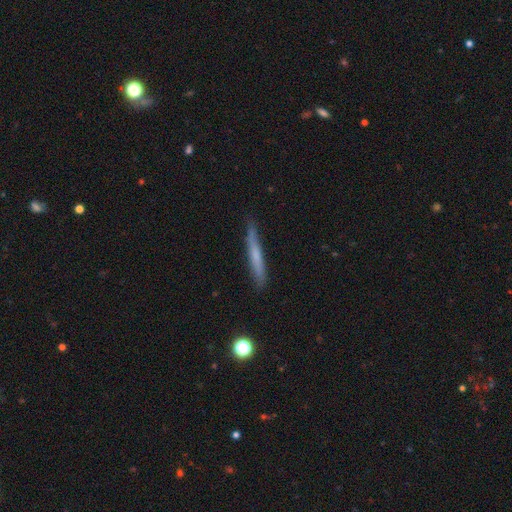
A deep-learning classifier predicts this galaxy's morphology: Q: Smooth or featured?
A: smooth (54%); runner-up: featured or disk (39%)
Q: How rounded?
A: cigar-shaped (96%); runner-up: in between (3%)
Q: Merging?
A: none (84%); runner-up: minor disturbance (13%)